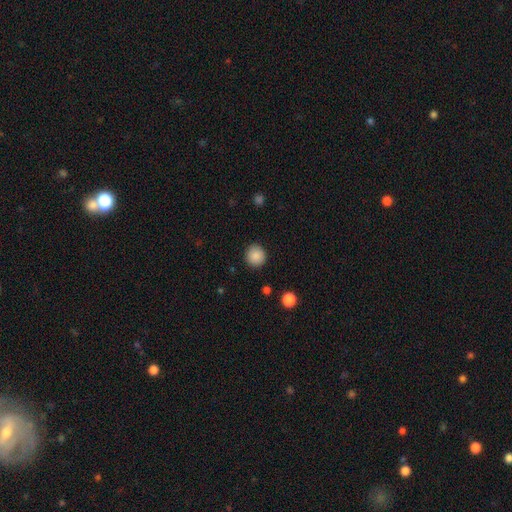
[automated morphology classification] Smooth or featured?
  - smooth: 88% *
  - star or artifact: 9%
  - featured or disk: 3%
How rounded?
  - round: 92% *
  - in between: 7%
  - cigar-shaped: 1%
Merging?
  - none: 91% *
  - minor disturbance: 6%
  - major disturbance: 2%
  - merger: 1%